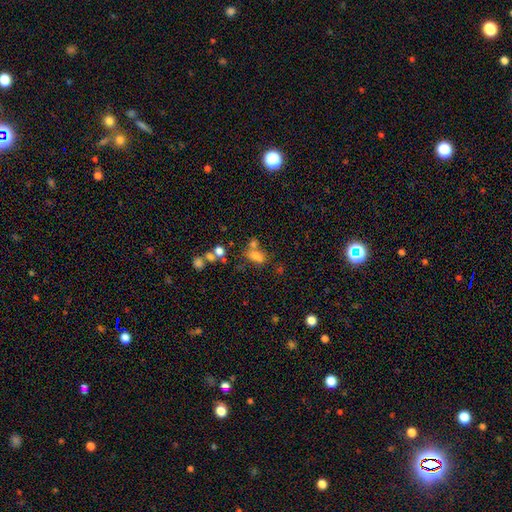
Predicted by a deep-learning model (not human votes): Smooth or featured? Predicted: smooth (p=0.67). How rounded? Predicted: in between (p=0.73). Merging? Predicted: merger (p=0.40).